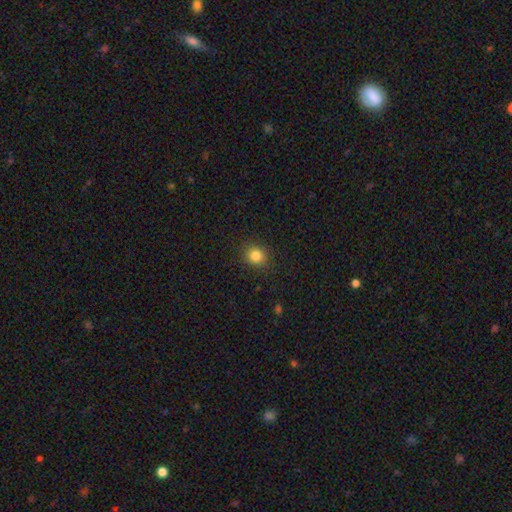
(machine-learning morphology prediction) Overall: smooth (84%). How rounded: round (80%). Merging: none (89%).